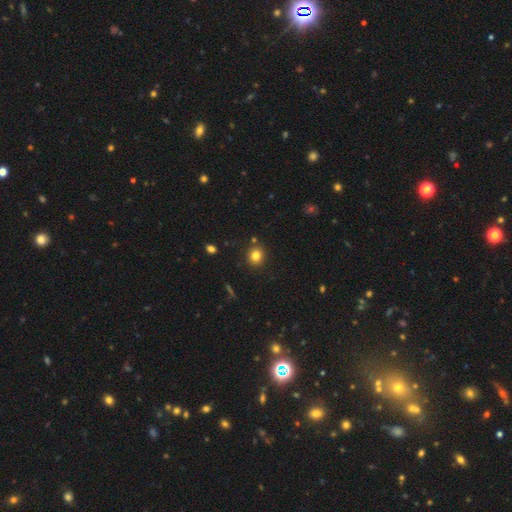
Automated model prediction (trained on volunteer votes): Smooth or featured? Predicted: smooth (p=0.81). How rounded? Predicted: round (p=0.82). Merging? Predicted: none (p=0.87).